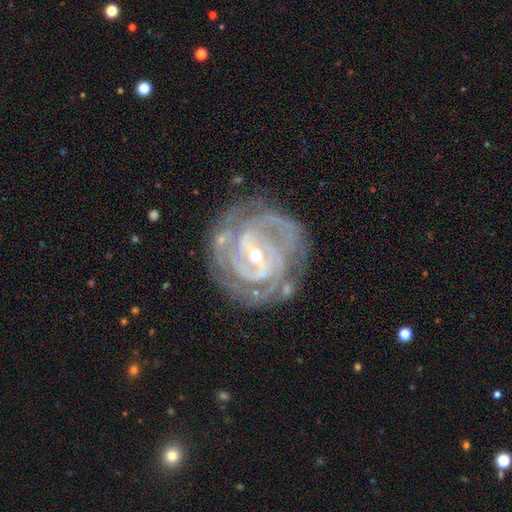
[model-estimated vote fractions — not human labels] This appears to be a featured or disk galaxy (92%) with a weak bar (42%), 3 (33%) tight (69%) spiral arms (98%) and a small central bulge (57%). Merging: none (75%).